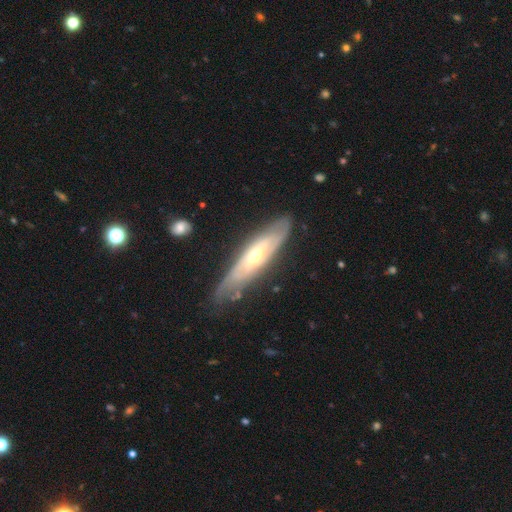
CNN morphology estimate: Overall: featured or disk (75%). Edge-on disk: no (59%; yes 41%). Merging: none (73%).